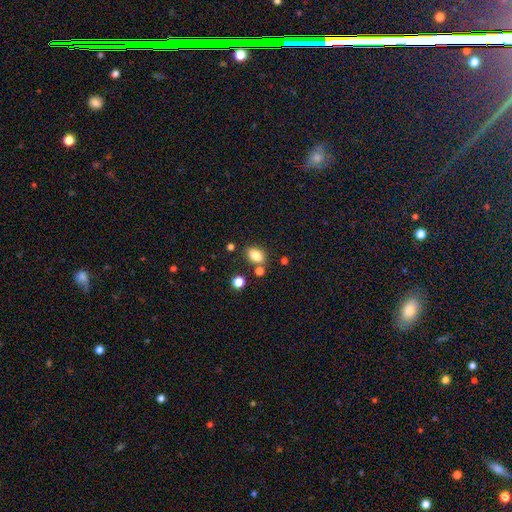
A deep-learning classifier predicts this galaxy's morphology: Overall: smooth (82%). How rounded: in between (79%). Merging: none (73%).